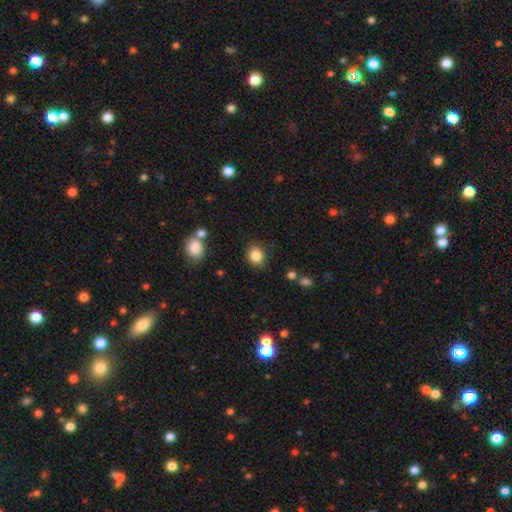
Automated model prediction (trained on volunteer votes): Overall: smooth (86%). How rounded: round (66%; in between 33%). Merging: none (83%).